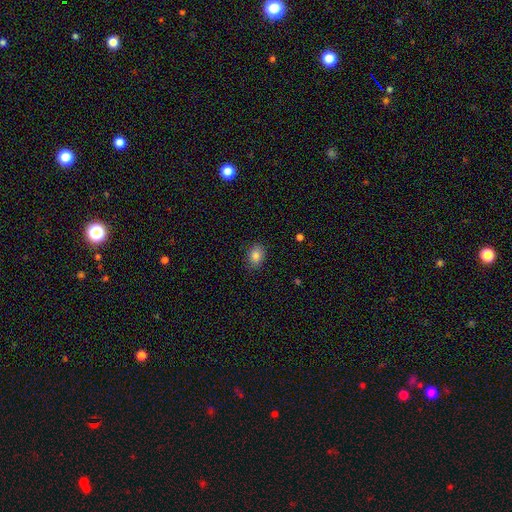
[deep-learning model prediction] The model was most divided on "how rounded": in between: 70%, round: 29%, cigar-shaped: 1%. More confident: merging — none (87%); smooth or featured — smooth (84%).